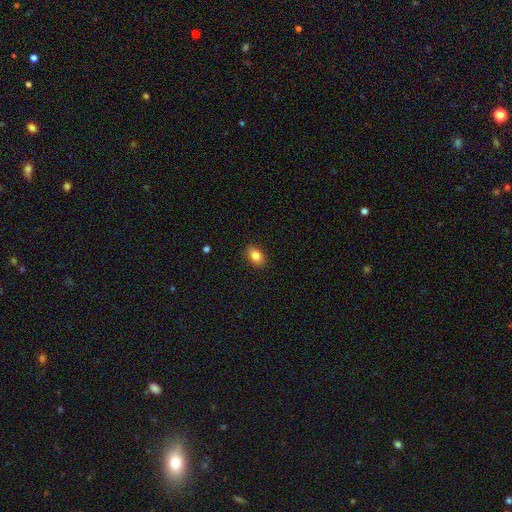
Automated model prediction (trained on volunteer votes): smooth 84%, star or artifact 9%, featured or disk 8%. Down the decision tree: how rounded — in between (84%); merging — none (89%).